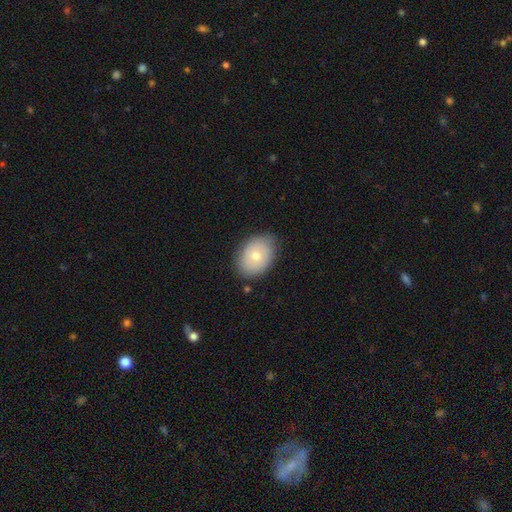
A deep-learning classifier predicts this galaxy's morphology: Overall: smooth (64%; featured or disk 29%). How rounded: in between (71%). Merging: none (79%).